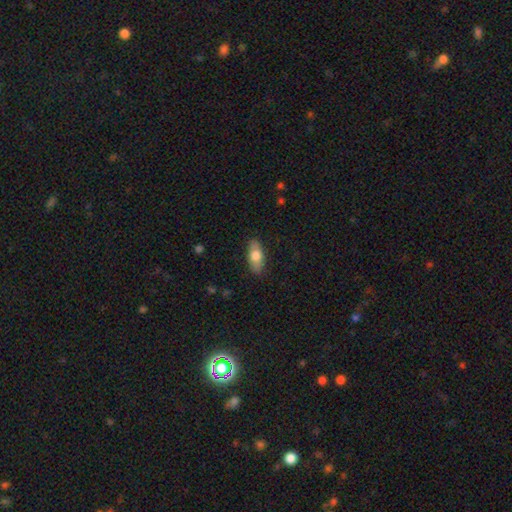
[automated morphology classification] Overall: smooth (72%). How rounded: in between (81%). Merging: none (86%).